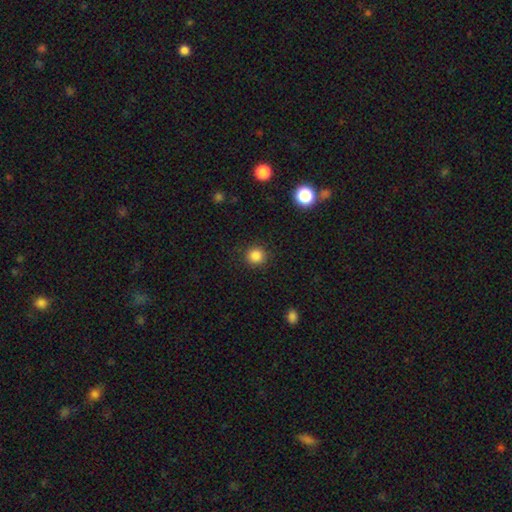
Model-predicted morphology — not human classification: Overall: smooth (85%). How rounded: round (93%). Merging: none (90%).